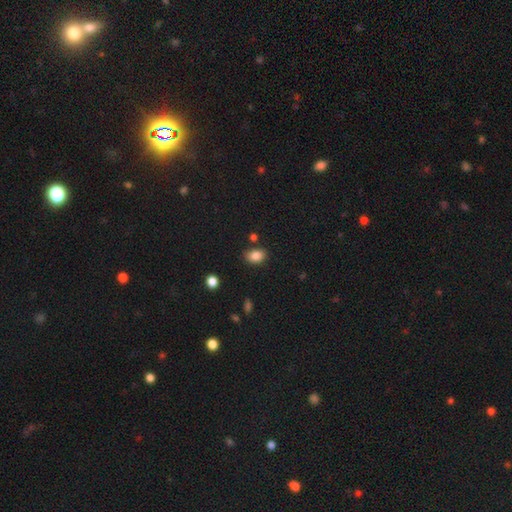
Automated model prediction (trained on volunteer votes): Smooth or featured? Predicted: smooth (p=0.86). How rounded? Predicted: in between (p=0.80). Merging? Predicted: none (p=0.80).